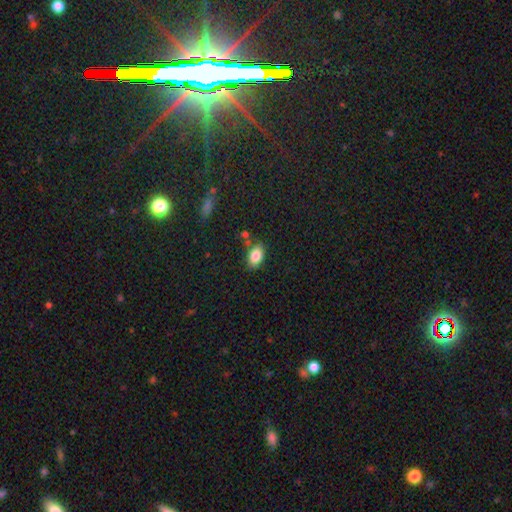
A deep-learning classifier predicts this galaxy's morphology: Smooth or featured?
  - smooth: 85% *
  - star or artifact: 8%
  - featured or disk: 7%
How rounded?
  - in between: 88% *
  - round: 10%
  - cigar-shaped: 2%
Merging?
  - none: 77% *
  - minor disturbance: 14%
  - merger: 6%
  - major disturbance: 3%